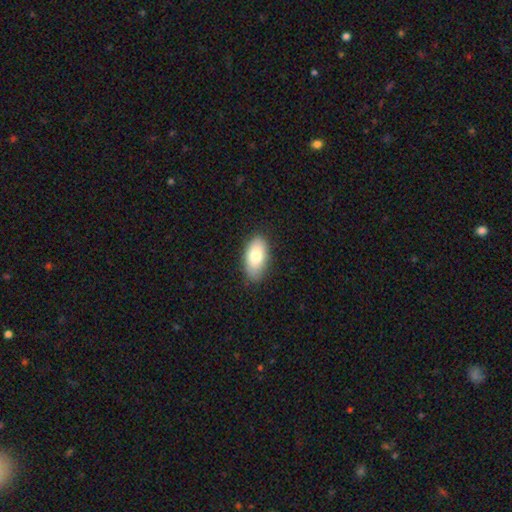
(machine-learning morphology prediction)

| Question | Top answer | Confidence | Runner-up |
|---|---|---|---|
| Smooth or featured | smooth | 78% | featured or disk (15%) |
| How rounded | in between | 94% | round (4%) |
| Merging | none | 83% | minor disturbance (14%) |